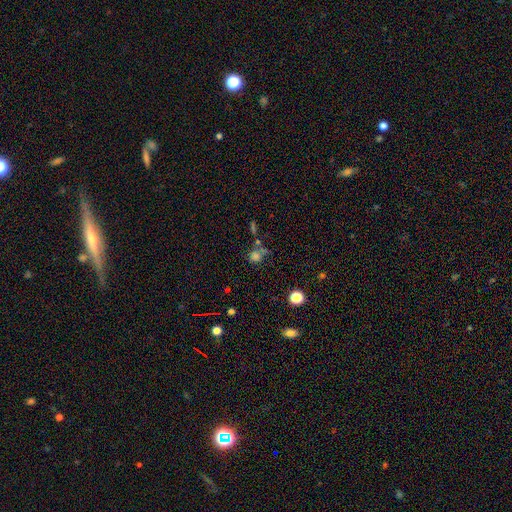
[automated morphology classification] smooth-or-featured: smooth: 69% | star or artifact: 22% | featured or disk: 9%
  how-rounded: round: 82% | in between: 17% | cigar-shaped: 2%
  merging: none: 53% | merger: 23% | minor disturbance: 15% | major disturbance: 9%